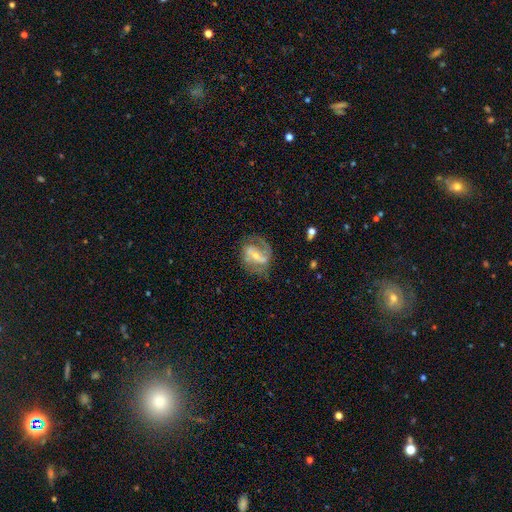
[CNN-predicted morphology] smooth_or_featured: featured or disk (p=0.75) [alt: smooth p=0.18]
disk_edge_on: no (p=0.96) [alt: yes p=0.04]
bar: strong (p=0.45) [alt: weak p=0.36]
has_spiral_arms: yes (p=0.80) [alt: no p=0.20]
spiral_winding: medium (p=0.46) [alt: loose p=0.29]
spiral_arm_count: 2 (p=0.71) [alt: 1 p=0.14]
bulge_size: small (p=0.53) [alt: moderate p=0.36]
merging: none (p=0.56) [alt: minor disturbance p=0.22]